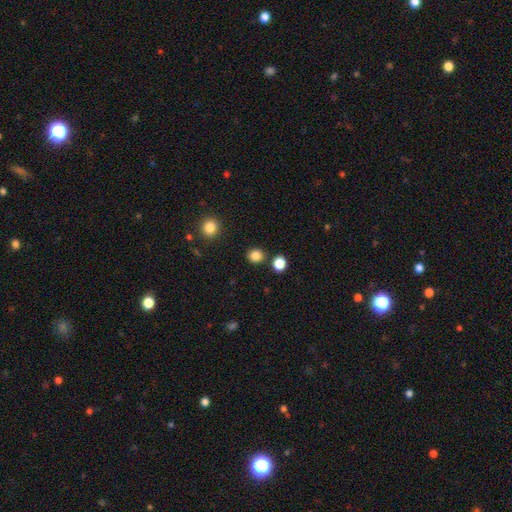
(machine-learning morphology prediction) smooth_or_featured: smooth (p=0.84) [alt: star or artifact p=0.12]
how_rounded: round (p=0.83) [alt: in between p=0.16]
merging: none (p=0.87) [alt: minor disturbance p=0.06]